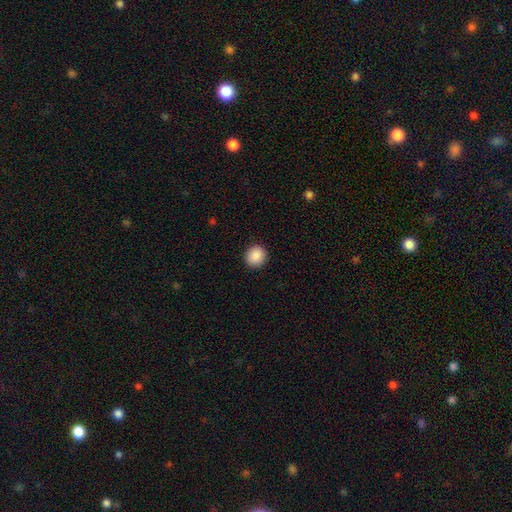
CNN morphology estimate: type=smooth (89%); roundness=round (85%); merging=none (91%).